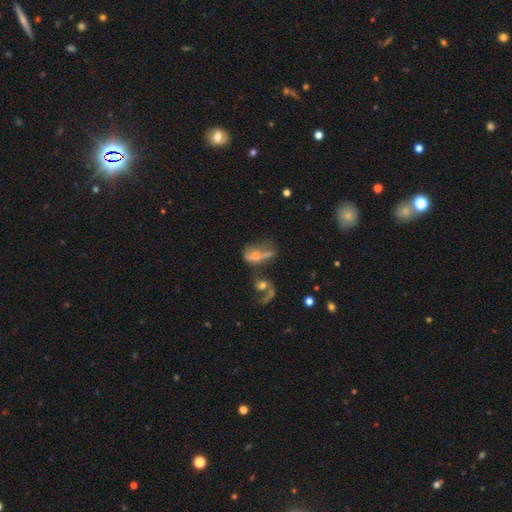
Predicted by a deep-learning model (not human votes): Morphology: type=featured or disk (48%); merging=merger (34%).